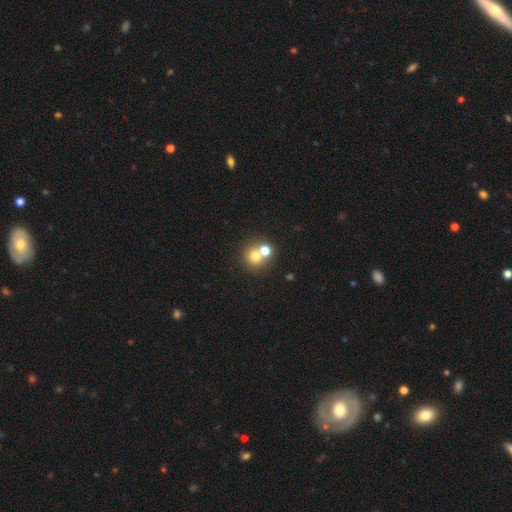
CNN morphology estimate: Smooth or featured? smooth (70%)
How rounded? round (86%)
Merging? none (48%)